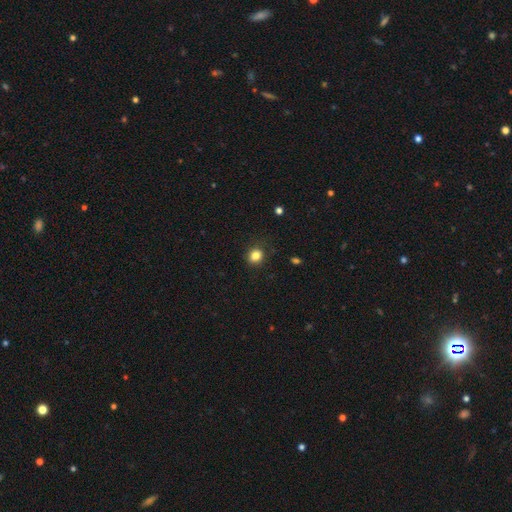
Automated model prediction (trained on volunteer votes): smooth-or-featured: smooth: 83% | star or artifact: 12% | featured or disk: 5%
  how-rounded: round: 74% | in between: 25% | cigar-shaped: 1%
  merging: none: 86% | minor disturbance: 10% | major disturbance: 3% | merger: 1%